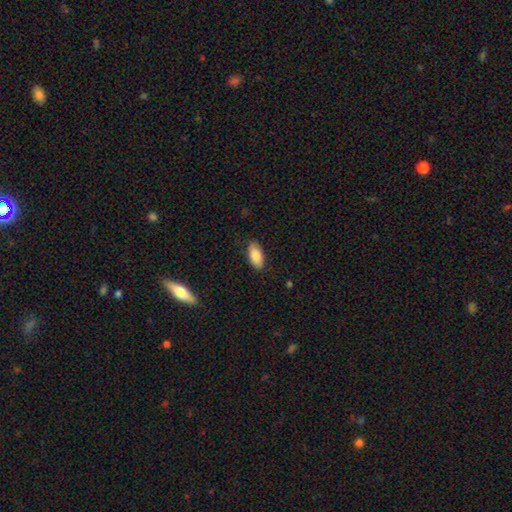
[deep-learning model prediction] The model was most divided on "merging": none: 85%, minor disturbance: 11%, major disturbance: 2%, merger: 1%. More confident: how rounded — in between (91%); smooth or featured — smooth (86%).